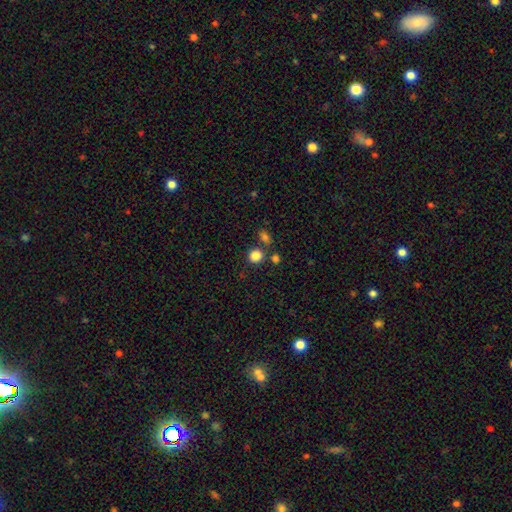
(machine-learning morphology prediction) Smooth or featured? Predicted: smooth (p=0.84). How rounded? Predicted: round (p=0.82). Merging? Predicted: none (p=0.73).